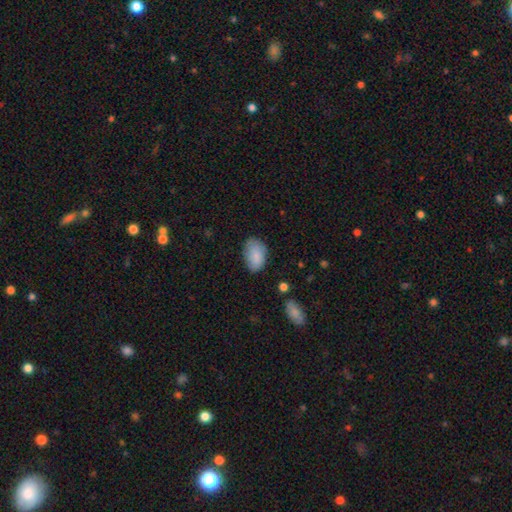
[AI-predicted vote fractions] smooth 86%, featured or disk 8%, star or artifact 7%. Down the decision tree: how rounded — in between (91%); merging — none (74%).